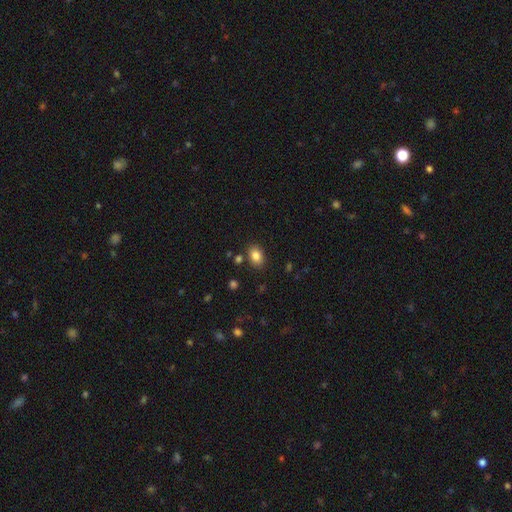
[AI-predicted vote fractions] smooth 84%, star or artifact 10%, featured or disk 6%. Down the decision tree: how rounded — in between (77%); merging — none (83%).